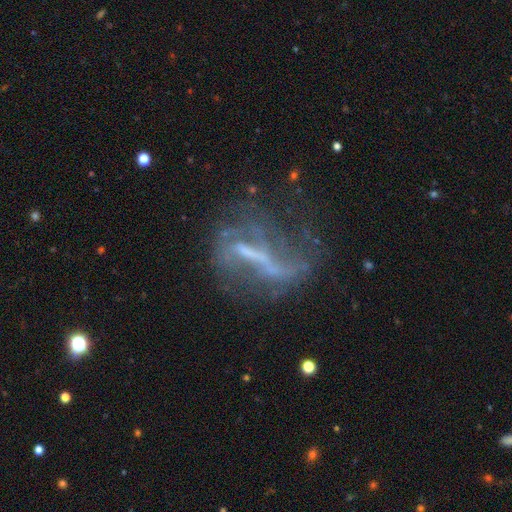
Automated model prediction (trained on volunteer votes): The model was most divided on "merging": none: 41%, major disturbance: 34%, minor disturbance: 19%, merger: 6%. Remaining: edge-on disk — no (86%); smooth or featured — featured or disk (72%); spiral arms — yes (59%); bar — strong (57%); bulge size — none (49%).